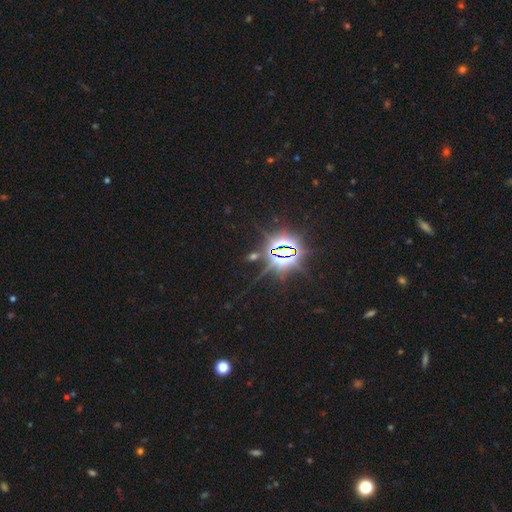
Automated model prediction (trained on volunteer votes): Q: Smooth or featured?
A: star or artifact (85%); runner-up: smooth (8%)